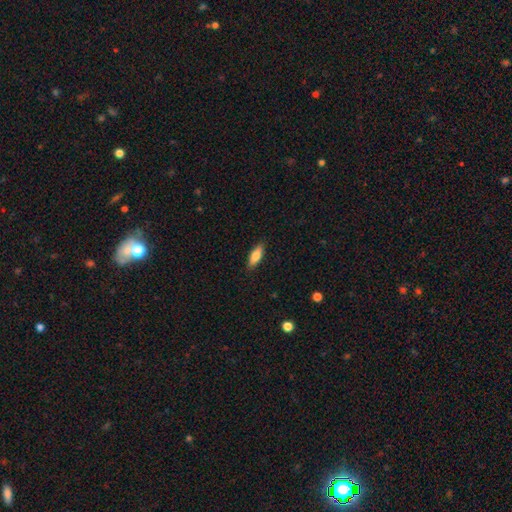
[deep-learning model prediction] Smooth or featured? Predicted: smooth (p=0.78). How rounded? Predicted: in between (p=0.64). Merging? Predicted: none (p=0.88).